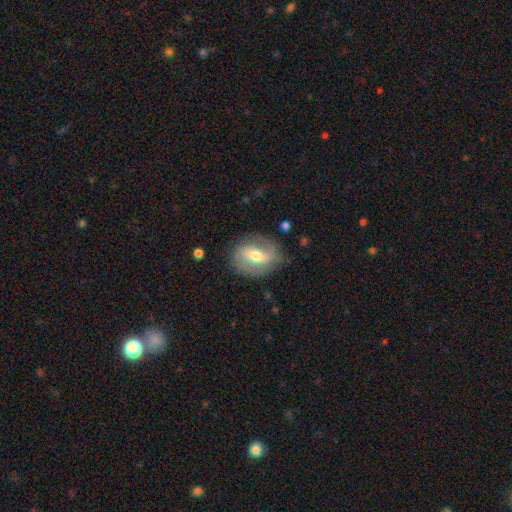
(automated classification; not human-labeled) This appears to be a featured or disk galaxy (68%) with a weak bar (43%), 2 (84%) medium (40%, tied with loose) spiral arms (82%) and a moderate central bulge (64%). Merging: none (78%).